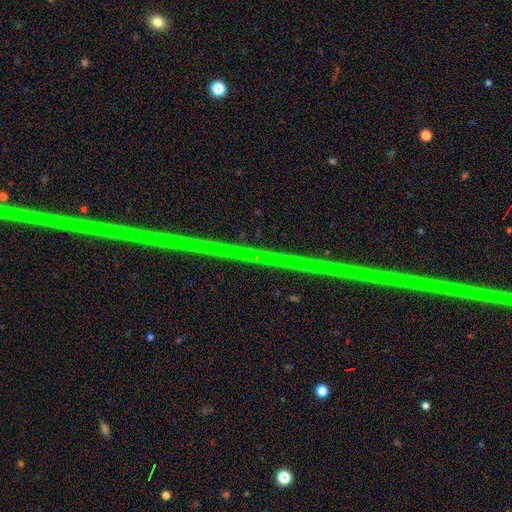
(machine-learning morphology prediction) Smooth or featured? star or artifact (88%)